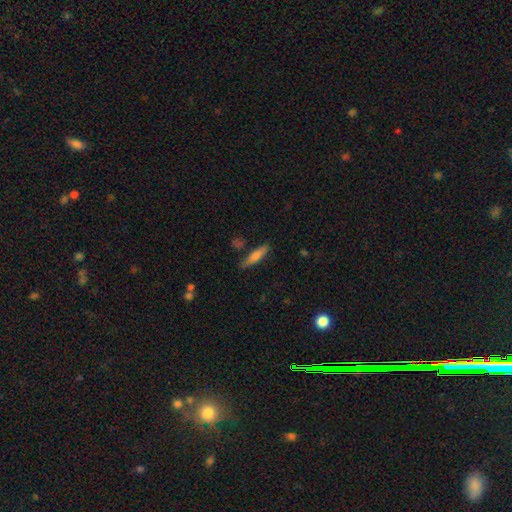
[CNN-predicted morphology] The model was most divided on "smooth or featured": smooth: 67%, featured or disk: 26%, star or artifact: 7%. More confident: how rounded — cigar-shaped (80%); merging — none (79%).